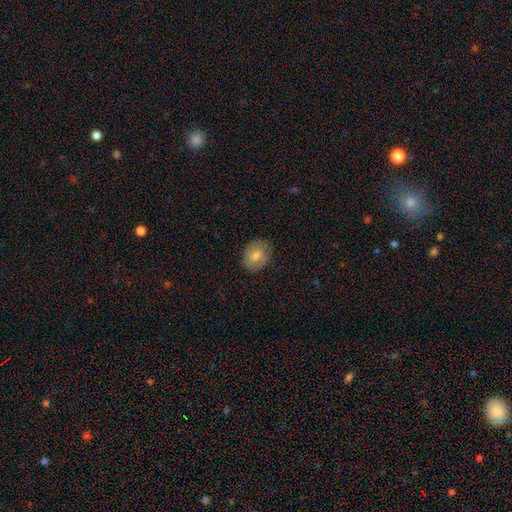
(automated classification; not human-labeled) smooth 58%, featured or disk 32%, star or artifact 10%. Down the decision tree: how rounded — in between (55%); merging — none (82%).